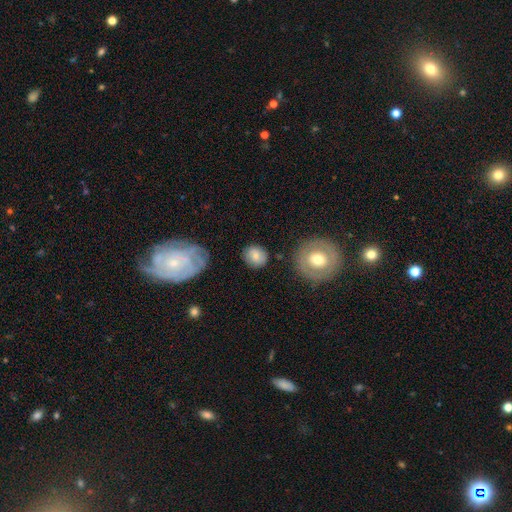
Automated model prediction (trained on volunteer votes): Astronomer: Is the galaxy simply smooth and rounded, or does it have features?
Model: smooth — 76%.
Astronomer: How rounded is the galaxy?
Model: round — 76%.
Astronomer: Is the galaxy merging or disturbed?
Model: none — 81%.